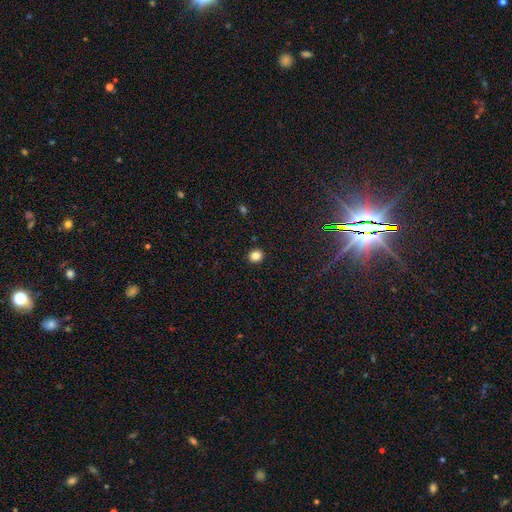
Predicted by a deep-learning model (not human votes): Smooth or featured? Predicted: smooth (p=0.84). How rounded? Predicted: round (p=0.75). Merging? Predicted: none (p=0.92).